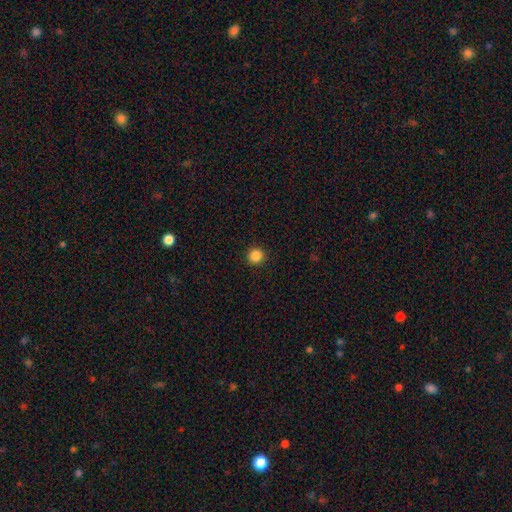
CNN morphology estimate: Smooth or featured?
  - smooth: 86% *
  - star or artifact: 11%
  - featured or disk: 3%
How rounded?
  - round: 95% *
  - in between: 4%
  - cigar-shaped: 1%
Merging?
  - none: 93% *
  - minor disturbance: 4%
  - major disturbance: 2%
  - merger: 1%